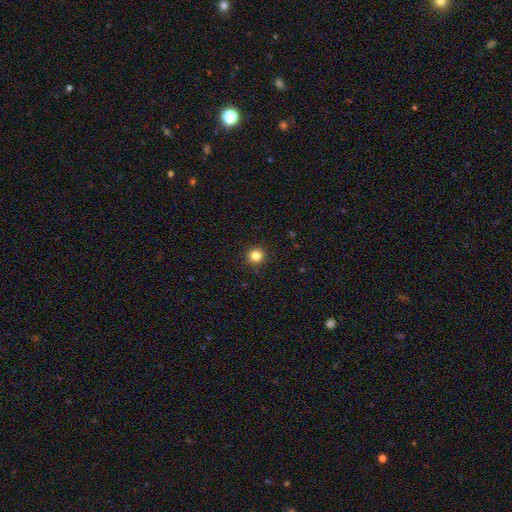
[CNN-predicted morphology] Smooth or featured? Predicted: smooth (p=0.83). How rounded? Predicted: round (p=0.94). Merging? Predicted: none (p=0.92).